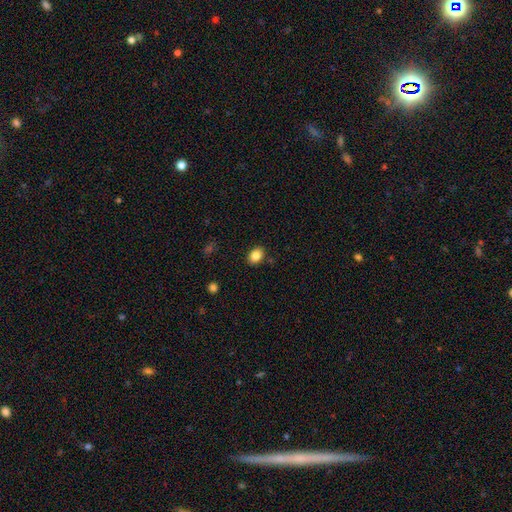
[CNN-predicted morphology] A smooth galaxy with no disk features (85%) that is in between round and cigar-shaped (67%).

Vote fractions:
- Smooth or featured? smooth: 85% / star or artifact: 9% / featured or disk: 6%
- How rounded? in between: 67% / round: 32% / cigar-shaped: 1%
- Merging? none: 87% / minor disturbance: 9% / major disturbance: 2% / merger: 2%